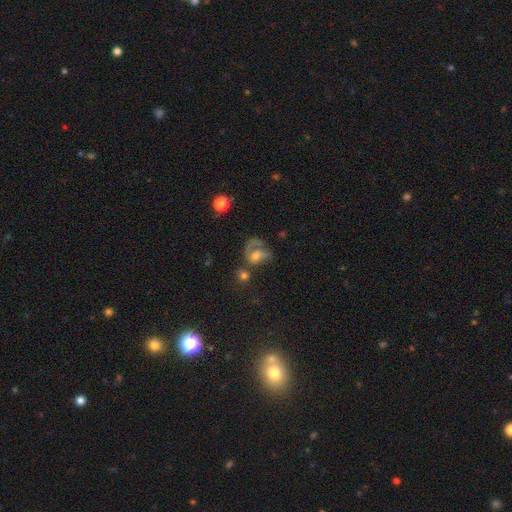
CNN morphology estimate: This is possibly a featured or disk galaxy (49%). Merging: marginally major disturbance (39%).